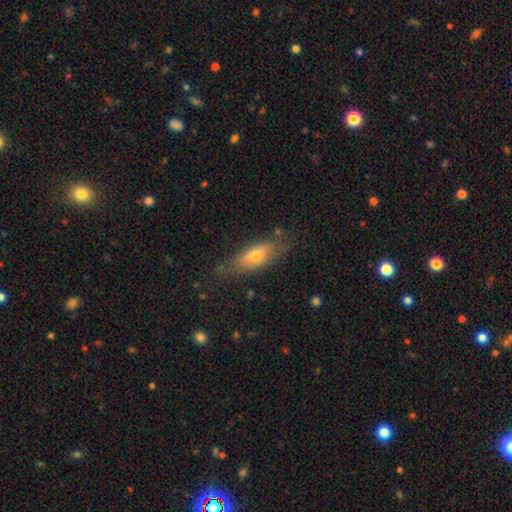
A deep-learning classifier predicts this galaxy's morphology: Q: Smooth or featured?
A: smooth (61%); runner-up: featured or disk (32%)
Q: How rounded?
A: in between (60%); runner-up: cigar-shaped (37%)
Q: Merging?
A: none (72%); runner-up: minor disturbance (20%)